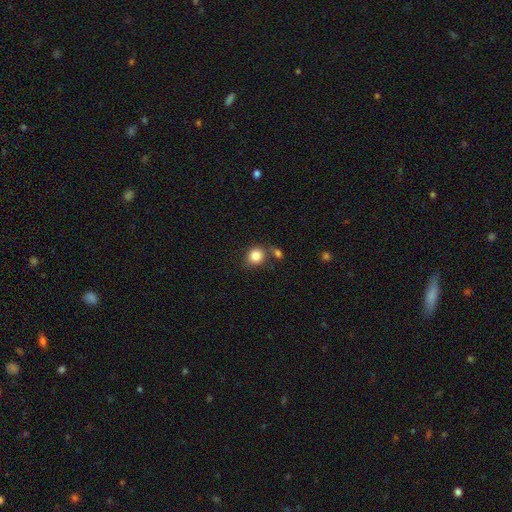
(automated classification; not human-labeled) The model was most divided on "merging": none: 65%, merger: 16%, minor disturbance: 14%, major disturbance: 5%. More confident: smooth or featured — smooth (85%); how rounded — round (77%).